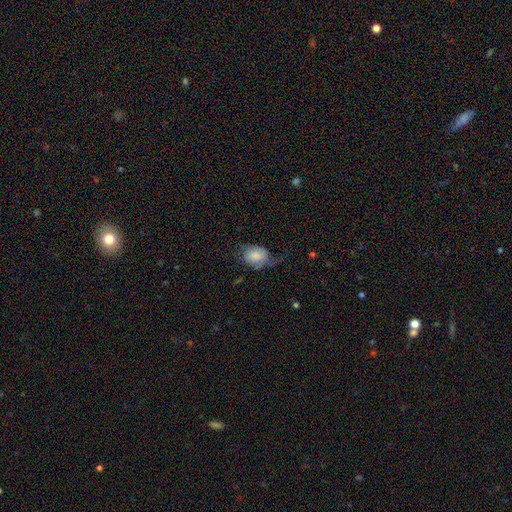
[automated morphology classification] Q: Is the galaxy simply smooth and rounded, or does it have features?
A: smooth — 62%.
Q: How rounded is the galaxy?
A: in between — 68%.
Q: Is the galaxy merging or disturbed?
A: major disturbance — 36%.